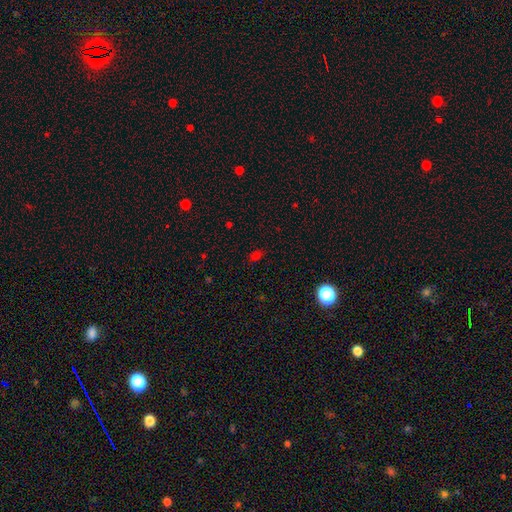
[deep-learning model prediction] smooth_or_featured: smooth (p=0.61) [alt: star or artifact p=0.32]
how_rounded: in between (p=0.74) [alt: round p=0.23]
merging: none (p=0.81) [alt: minor disturbance p=0.13]